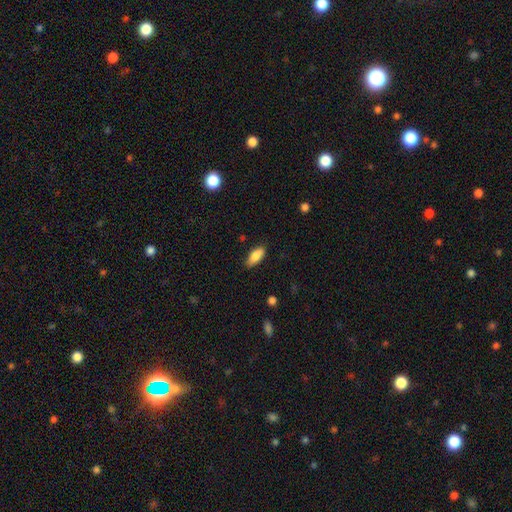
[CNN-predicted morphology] A smooth galaxy with no disk features (84%) that is in between round and cigar-shaped (85%).

Vote fractions:
- Smooth or featured? smooth: 84% / featured or disk: 9% / star or artifact: 7%
- How rounded? in between: 85% / cigar-shaped: 13% / round: 2%
- Merging? none: 83% / minor disturbance: 13% / major disturbance: 2% / merger: 1%